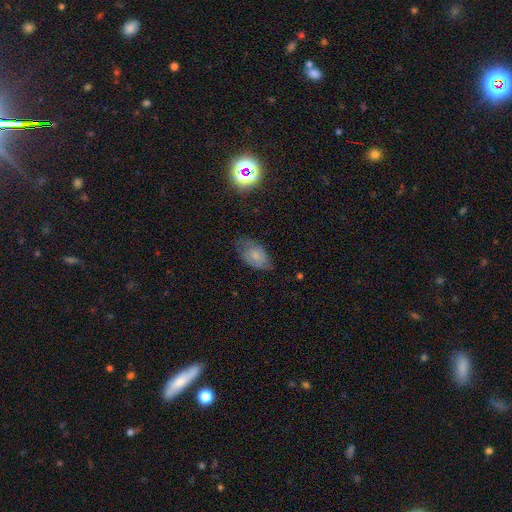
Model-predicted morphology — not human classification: smooth_or_featured: smooth (p=0.67) [alt: featured or disk p=0.23]
how_rounded: in between (p=0.91) [alt: round p=0.07]
merging: none (p=0.53) [alt: minor disturbance p=0.34]